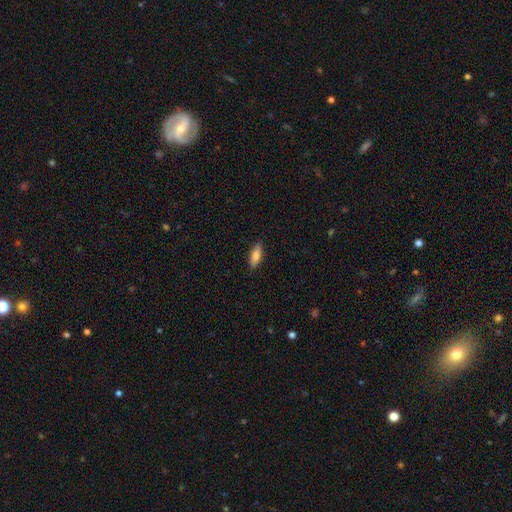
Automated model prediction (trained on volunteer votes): This appears to be a smooth galaxy with no disk features (78%) that is in between round and cigar-shaped (69%). Merging: none (88%).